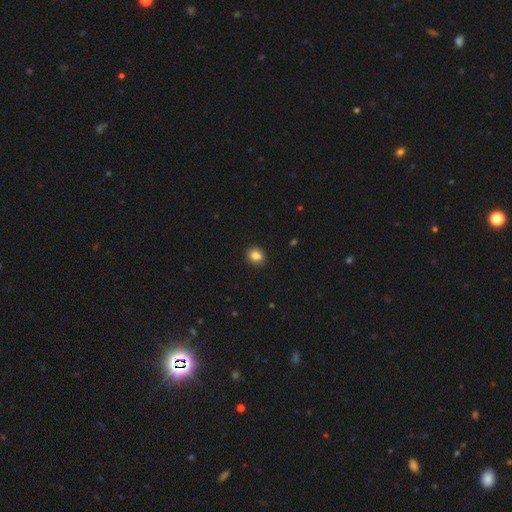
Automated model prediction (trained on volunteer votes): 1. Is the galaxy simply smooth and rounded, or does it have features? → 83% smooth, 10% star or artifact, 6% featured or disk.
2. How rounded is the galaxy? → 74% round, 25% in between, 1% cigar-shaped.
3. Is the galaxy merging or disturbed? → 87% none, 9% minor disturbance, 2% major disturbance, 2% merger.